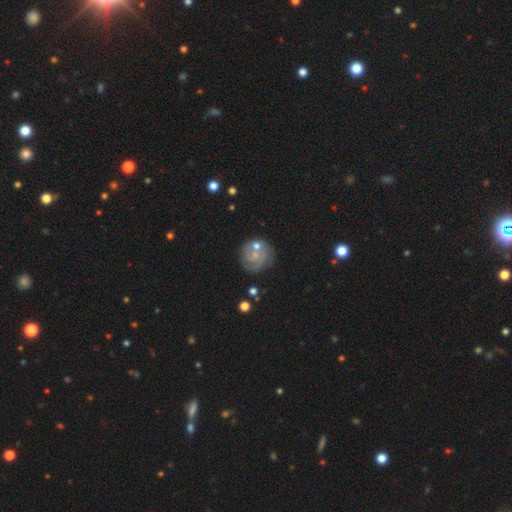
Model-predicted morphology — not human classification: smooth_or_featured: featured or disk (p=0.62) [alt: smooth p=0.31]
disk_edge_on: no (p=0.98) [alt: yes p=0.02]
bar: no (p=0.76) [alt: weak p=0.21]
has_spiral_arms: yes (p=0.72) [alt: no p=0.28]
bulge_size: small (p=0.53) [alt: moderate p=0.28]
merging: none (p=0.57) [alt: minor disturbance p=0.18]